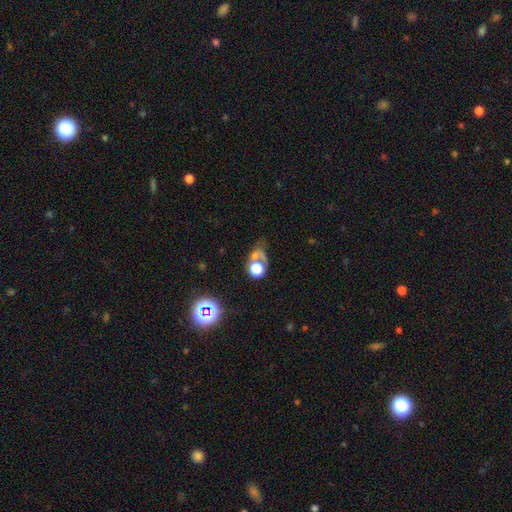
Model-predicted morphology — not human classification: A smooth galaxy with no disk features (55%) that is round (68%). Merging: none (35%).